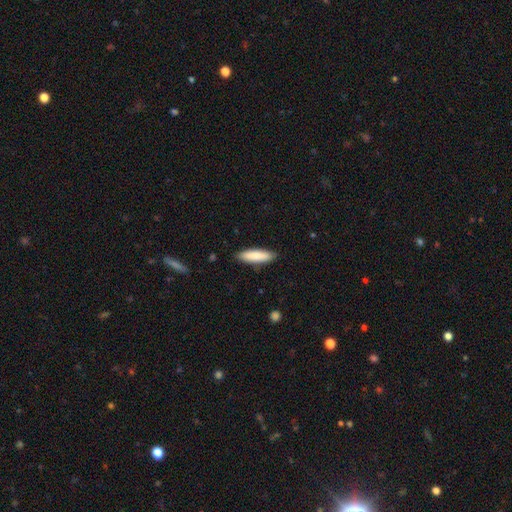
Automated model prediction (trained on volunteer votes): smooth_or_featured: smooth (p=0.85) [alt: featured or disk p=0.09]
how_rounded: cigar-shaped (p=0.64) [alt: in between p=0.35]
merging: none (p=0.87) [alt: minor disturbance p=0.10]